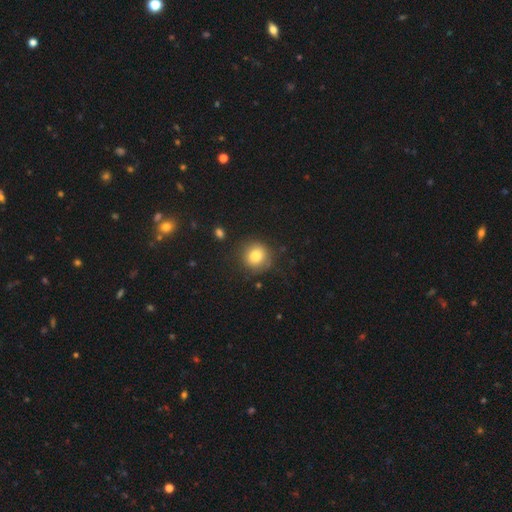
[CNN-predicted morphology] A smooth galaxy with no disk features (82%) that is round (90%). Merging: none (81%).